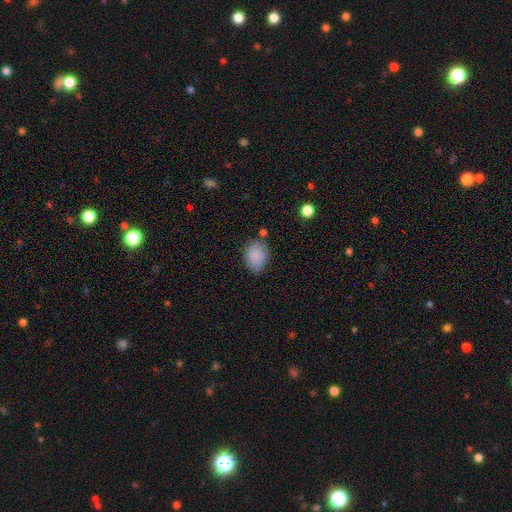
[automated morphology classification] A smooth galaxy with no disk features (85%) that is in between round and cigar-shaped (71%).

Vote fractions:
- Smooth or featured? smooth: 85% / star or artifact: 8% / featured or disk: 7%
- How rounded? in between: 71% / round: 28% / cigar-shaped: 1%
- Merging? none: 68% / minor disturbance: 23% / major disturbance: 5% / merger: 4%